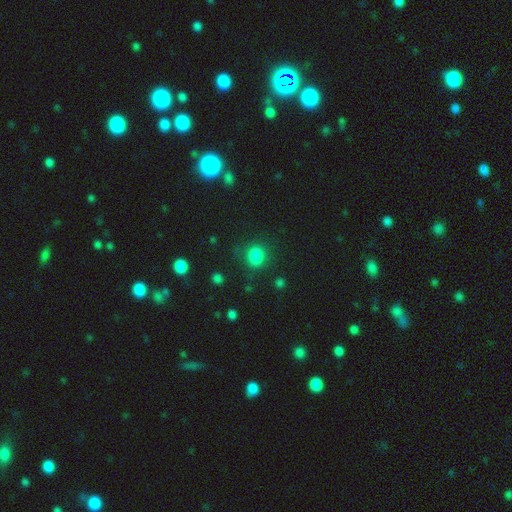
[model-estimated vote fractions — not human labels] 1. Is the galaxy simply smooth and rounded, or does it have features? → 82% smooth, 13% star or artifact, 5% featured or disk.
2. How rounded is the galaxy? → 63% round, 36% in between, 1% cigar-shaped.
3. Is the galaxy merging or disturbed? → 76% none, 15% minor disturbance, 6% major disturbance, 2% merger.